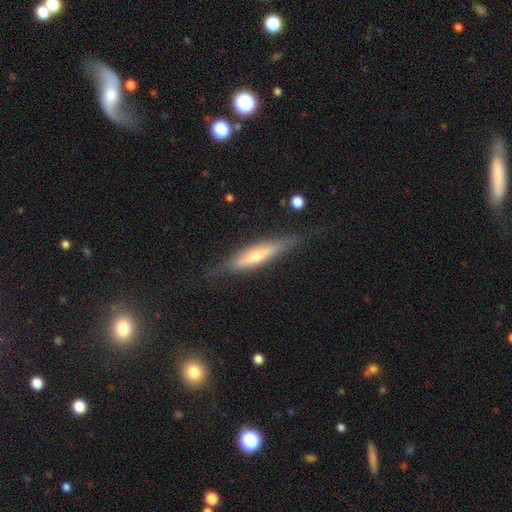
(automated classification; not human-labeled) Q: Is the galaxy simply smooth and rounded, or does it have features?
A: featured or disk — 61%.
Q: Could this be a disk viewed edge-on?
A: yes — 92%.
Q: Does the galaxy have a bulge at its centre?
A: rounded — 74%.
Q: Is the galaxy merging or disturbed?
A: none — 78%.